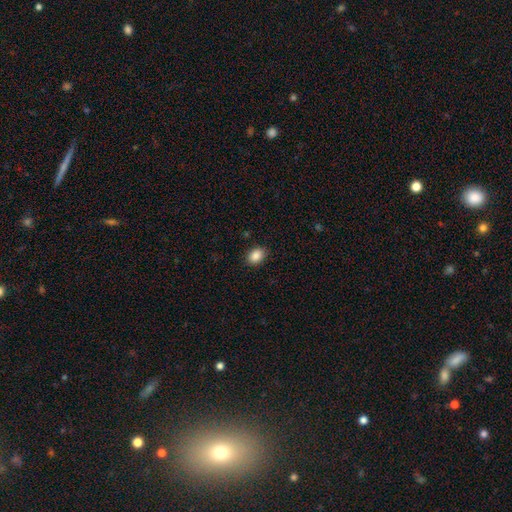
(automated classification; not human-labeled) Morphology: type=smooth (87%); roundness=in between (73%); merging=none (88%).